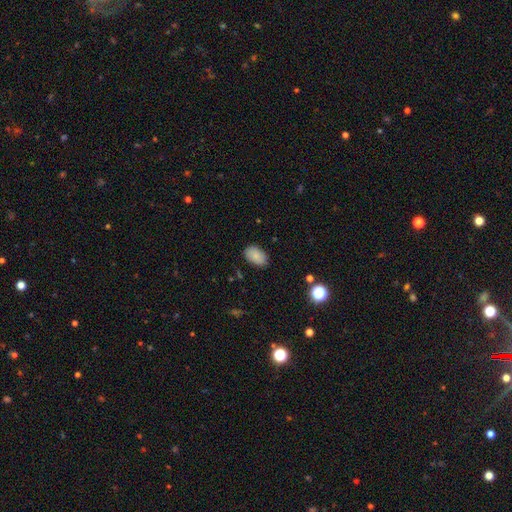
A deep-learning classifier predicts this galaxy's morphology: type=smooth (84%); roundness=in between (90%); merging=none (82%).